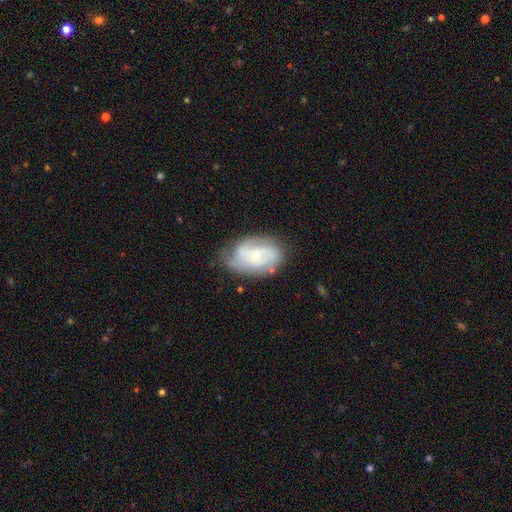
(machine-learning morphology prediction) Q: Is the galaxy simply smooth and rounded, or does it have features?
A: featured or disk — 75%.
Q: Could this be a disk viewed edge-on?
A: no — 97%.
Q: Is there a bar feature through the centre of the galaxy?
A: no — 64%.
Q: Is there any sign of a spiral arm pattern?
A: yes — 88%.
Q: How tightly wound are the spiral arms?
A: tight — 46%.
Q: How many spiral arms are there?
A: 2 — 38%.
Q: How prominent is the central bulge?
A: small — 68%.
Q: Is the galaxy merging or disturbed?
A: none — 65%.